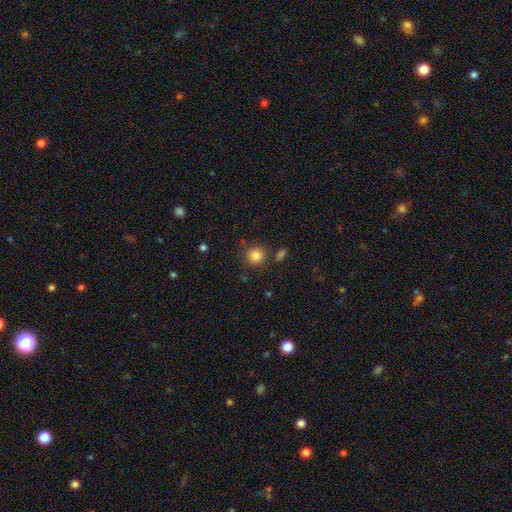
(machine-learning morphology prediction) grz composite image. It shows a smooth galaxy with no disk features (84%) that is round (92%). Merging: none (82%).